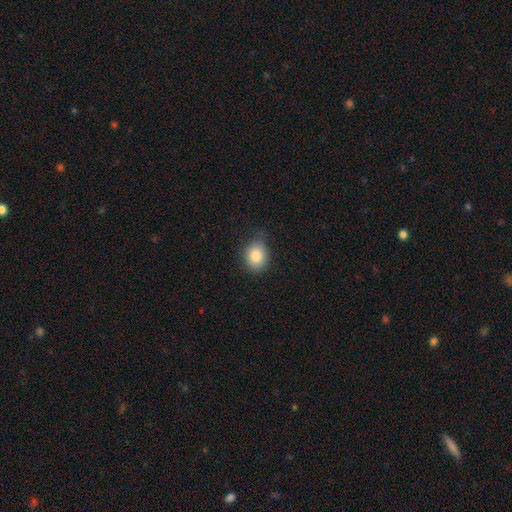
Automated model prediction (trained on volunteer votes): The model was most divided on "how rounded": round: 59%, in between: 40%, cigar-shaped: 1%. More confident: smooth or featured — smooth (86%); merging — none (74%).